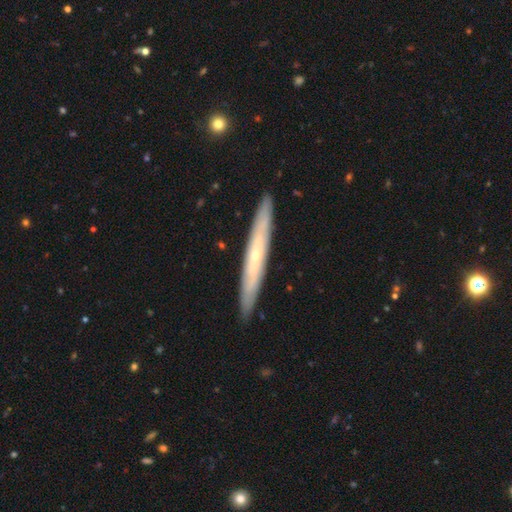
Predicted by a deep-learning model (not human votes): Q: Smooth or featured?
A: featured or disk (63%); runner-up: smooth (31%)
Q: Edge-on disk?
A: yes (86%); runner-up: no (14%)
Q: Edge-on bulge?
A: rounded (51%); runner-up: none (47%)
Q: Merging?
A: none (91%); runner-up: minor disturbance (7%)